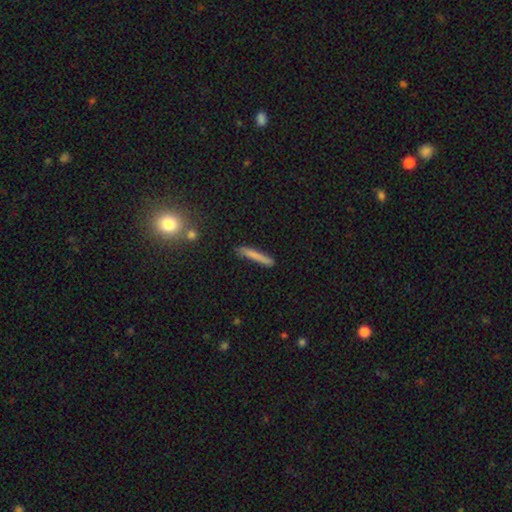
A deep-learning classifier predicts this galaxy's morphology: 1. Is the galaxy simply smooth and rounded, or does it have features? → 74% smooth, 19% featured or disk, 7% star or artifact.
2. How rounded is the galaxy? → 95% cigar-shaped, 4% in between, 2% round.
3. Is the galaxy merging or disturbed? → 82% none, 13% minor disturbance, 3% major disturbance, 3% merger.